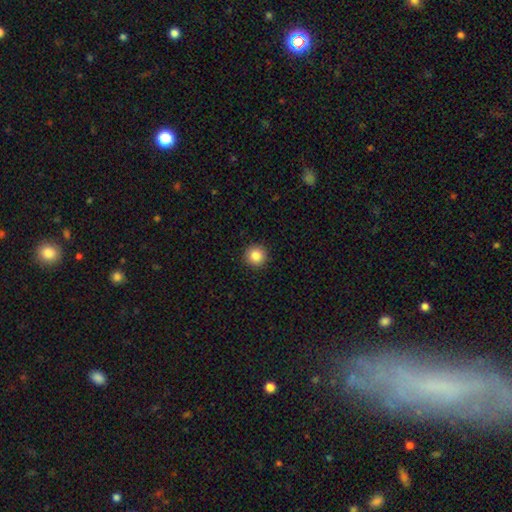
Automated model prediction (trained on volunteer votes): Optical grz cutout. It shows a smooth galaxy with no disk features (85%) that is round (96%). Merging: none (93%).